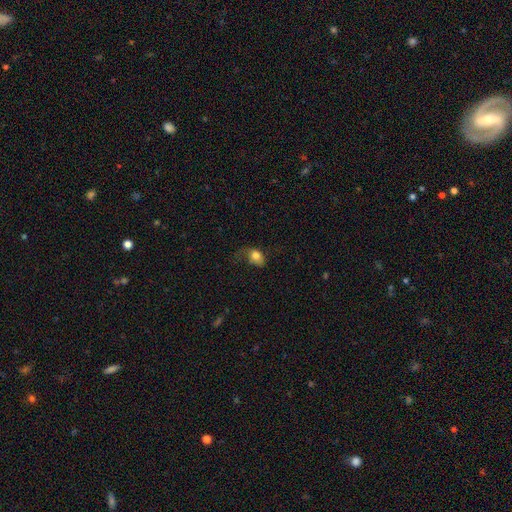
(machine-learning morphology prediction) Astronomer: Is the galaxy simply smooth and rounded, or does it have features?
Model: smooth — 73%.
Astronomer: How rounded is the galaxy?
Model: in between — 66%.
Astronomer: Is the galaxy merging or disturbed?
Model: major disturbance — 42% (runner-up: none, 30%).